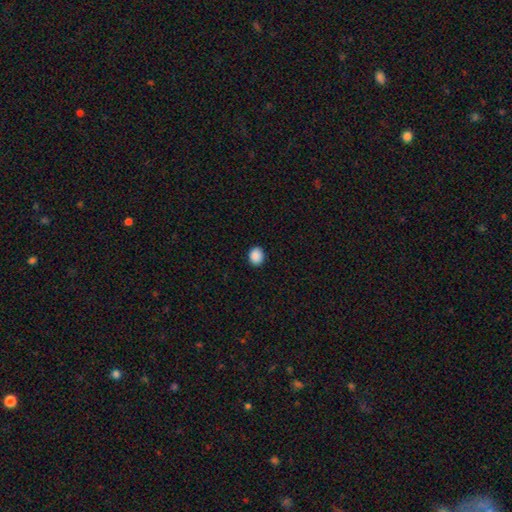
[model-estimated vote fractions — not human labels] A smooth galaxy with no disk features (89%) that is round (65%). Merging: none (91%).